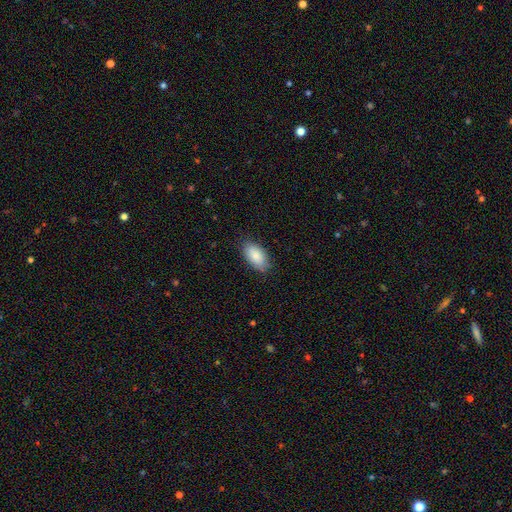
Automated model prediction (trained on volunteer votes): smooth 85%, featured or disk 8%, star or artifact 6%. Down the decision tree: how rounded — in between (94%); merging — none (83%).